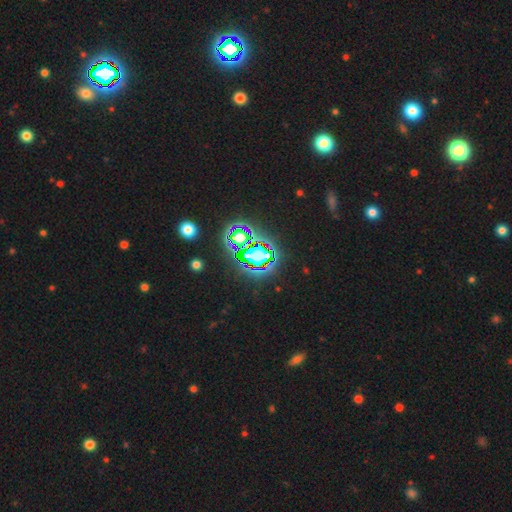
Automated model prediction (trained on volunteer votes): Smooth or featured: star or artifact — 68% (smooth — 18%)